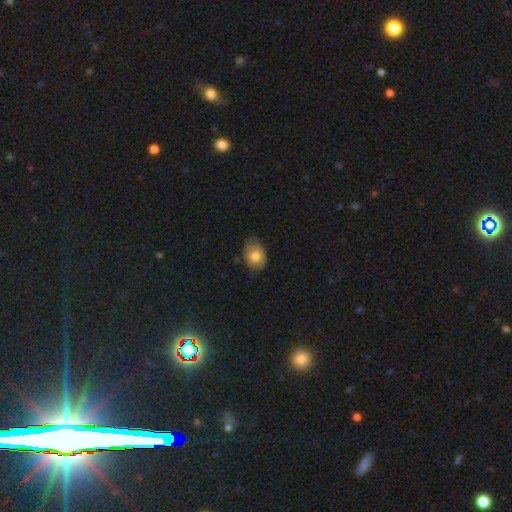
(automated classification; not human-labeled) Morphology: type=smooth (78%); roundness=in between (64%); merging=none (74%).